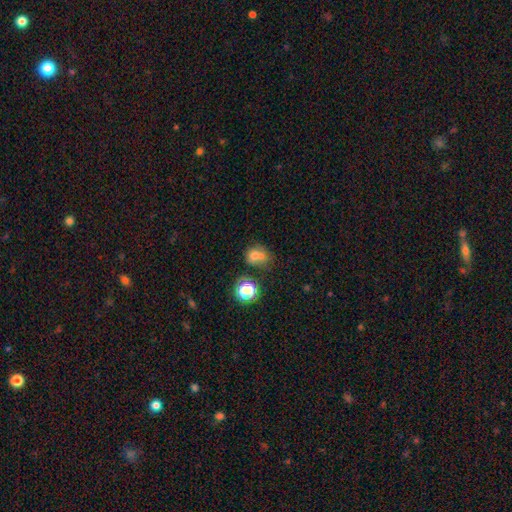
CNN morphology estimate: Smooth or featured?
  - smooth: 66% *
  - star or artifact: 17%
  - featured or disk: 17%
How rounded?
  - round: 62% *
  - in between: 37%
  - cigar-shaped: 1%
Merging?
  - merger: 46% *
  - none: 33%
  - minor disturbance: 12%
  - major disturbance: 8%